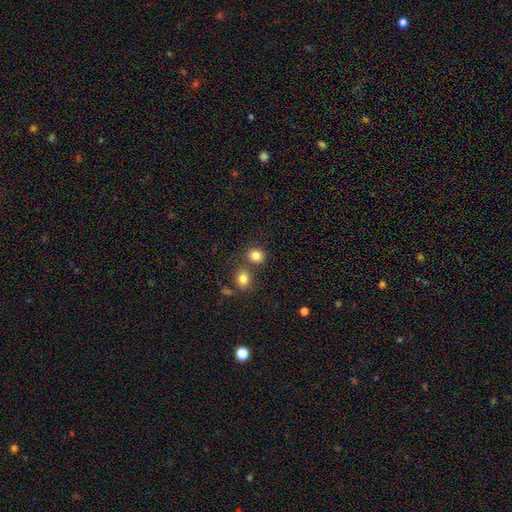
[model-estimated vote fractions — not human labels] A smooth galaxy with no disk features (82%) that is round (82%).

Vote fractions:
- Smooth or featured? smooth: 82% / star or artifact: 12% / featured or disk: 6%
- How rounded? round: 82% / in between: 18% / cigar-shaped: 1%
- Merging? none: 69% / merger: 20% / minor disturbance: 8% / major disturbance: 3%